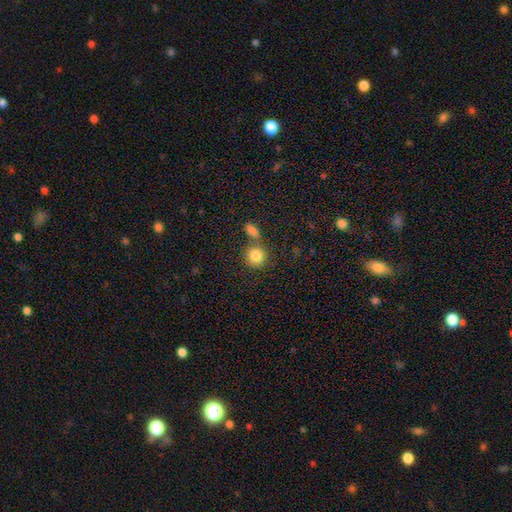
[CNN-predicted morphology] smooth 84%, star or artifact 9%, featured or disk 7%. Down the decision tree: how rounded — round (88%); merging — none (63%).